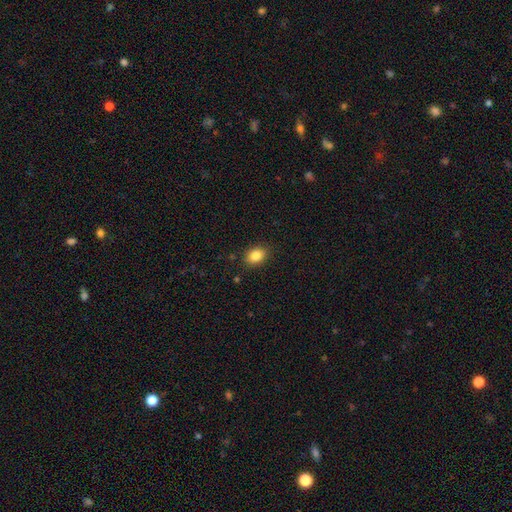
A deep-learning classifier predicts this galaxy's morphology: smooth_or_featured: smooth (p=0.85) [alt: star or artifact p=0.09]
how_rounded: in between (p=0.68) [alt: round p=0.31]
merging: none (p=0.87) [alt: minor disturbance p=0.10]